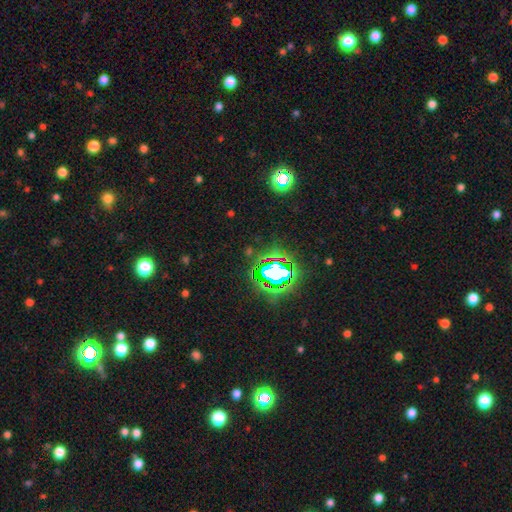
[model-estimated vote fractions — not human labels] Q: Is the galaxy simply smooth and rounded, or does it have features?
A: star or artifact — 75%.